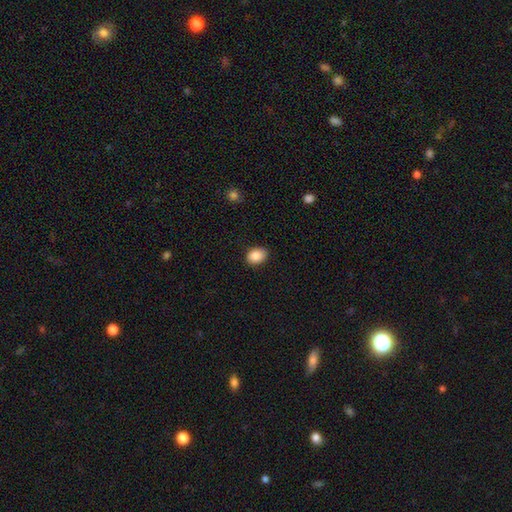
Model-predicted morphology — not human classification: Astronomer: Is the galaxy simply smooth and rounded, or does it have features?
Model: smooth — 87%.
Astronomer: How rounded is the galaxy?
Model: in between — 72%.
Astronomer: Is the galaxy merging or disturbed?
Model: none — 84%.